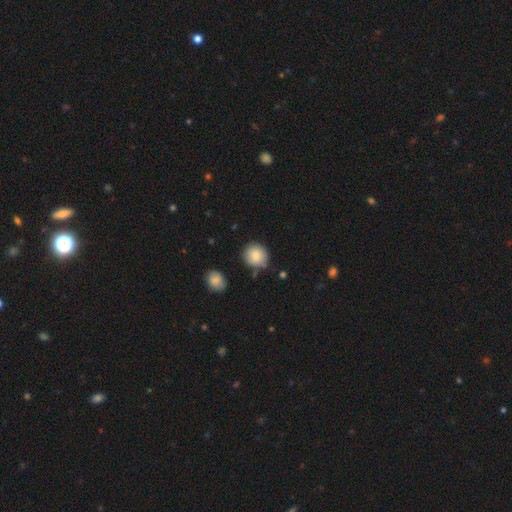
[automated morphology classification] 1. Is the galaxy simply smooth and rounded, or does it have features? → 85% smooth, 8% star or artifact, 7% featured or disk.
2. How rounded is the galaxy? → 85% round, 14% in between, 1% cigar-shaped.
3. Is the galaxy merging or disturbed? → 76% none, 17% minor disturbance, 4% merger, 3% major disturbance.